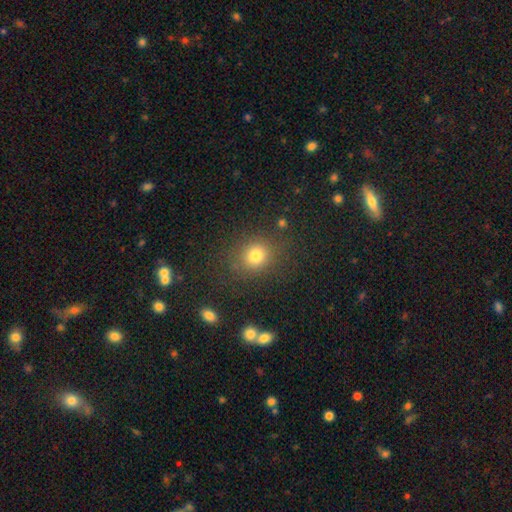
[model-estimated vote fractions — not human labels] Smooth or featured?
  - smooth: 77% *
  - star or artifact: 16%
  - featured or disk: 8%
How rounded?
  - round: 71% *
  - in between: 28%
  - cigar-shaped: 1%
Merging?
  - none: 81% *
  - minor disturbance: 11%
  - major disturbance: 5%
  - merger: 3%